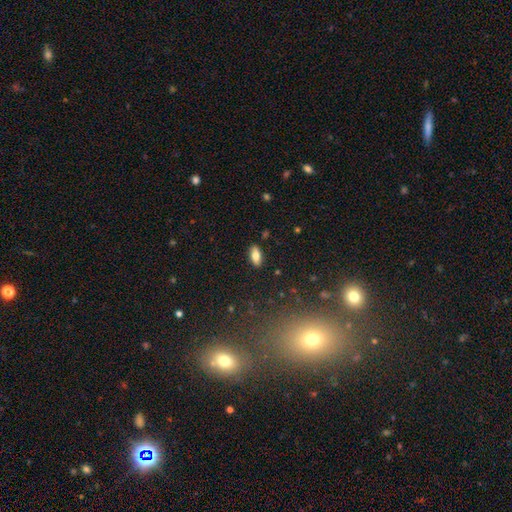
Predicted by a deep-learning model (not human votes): This is likely a smooth galaxy (80%). How rounded: clearly in between (85%). Merging: clearly none (88%).